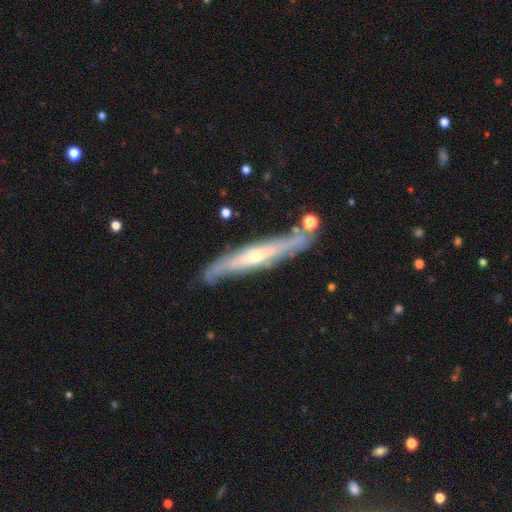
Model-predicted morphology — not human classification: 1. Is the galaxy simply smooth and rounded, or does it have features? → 74% featured or disk, 20% smooth, 6% star or artifact.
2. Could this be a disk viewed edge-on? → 75% yes, 25% no.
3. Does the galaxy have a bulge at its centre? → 71% rounded, 26% none, 3% boxy.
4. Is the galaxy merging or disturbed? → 77% none, 15% minor disturbance, 5% merger, 3% major disturbance.